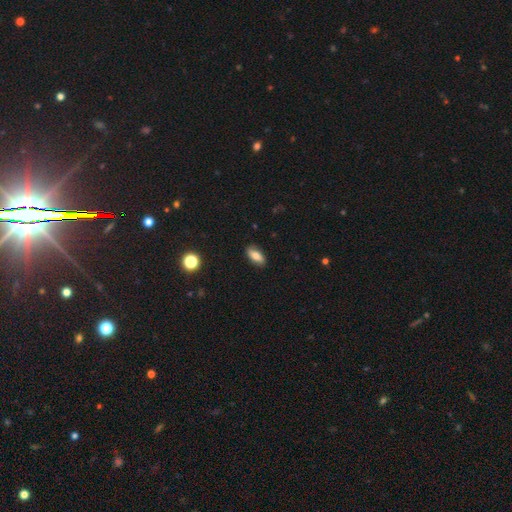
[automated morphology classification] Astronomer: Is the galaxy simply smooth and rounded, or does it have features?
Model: smooth — 76%.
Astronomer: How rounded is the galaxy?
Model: in between — 83%.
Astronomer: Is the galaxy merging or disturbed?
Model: none — 87%.